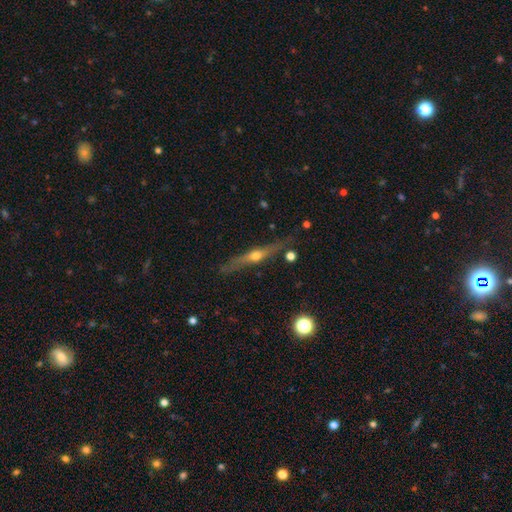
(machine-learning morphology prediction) Overall: featured or disk (73%). Edge-on disk: yes (96%). Edge-on bulge: rounded (92%). Merging: none (83%).